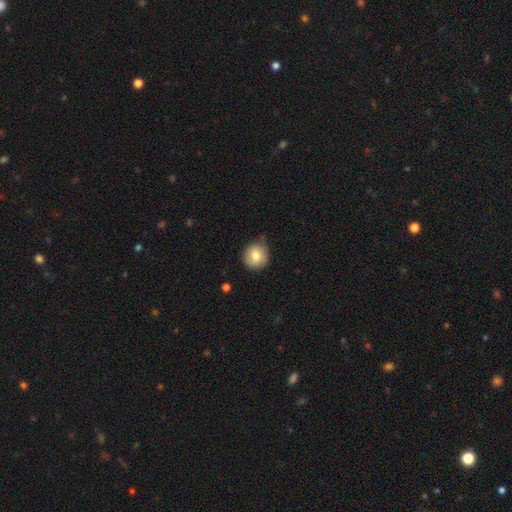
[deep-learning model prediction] smooth_or_featured: smooth (p=0.80) [alt: featured or disk p=0.12]
how_rounded: round (p=0.91) [alt: in between p=0.08]
merging: none (p=0.79) [alt: minor disturbance p=0.16]